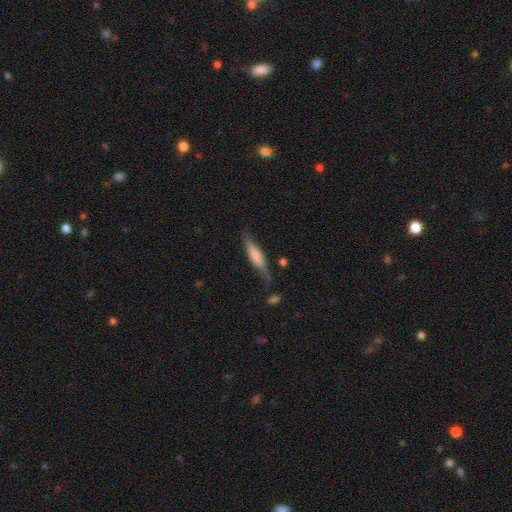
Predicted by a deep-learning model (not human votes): A smooth galaxy with no disk features (58%) that is cigar-shaped (73%). Merging: none (62%).